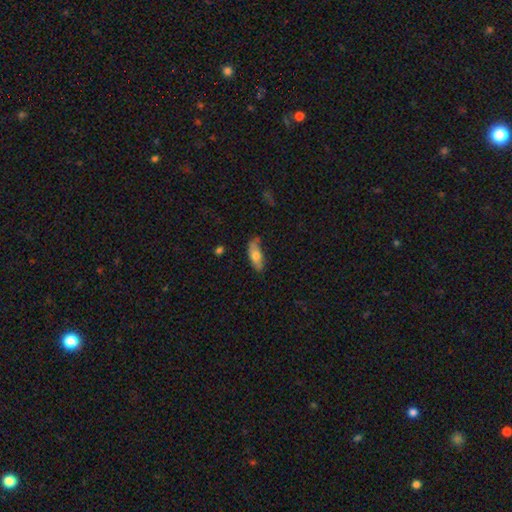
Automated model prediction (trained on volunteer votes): Overall: smooth (66%; featured or disk 28%). How rounded: in between (73%). Merging: none (65%; minor disturbance 27%).